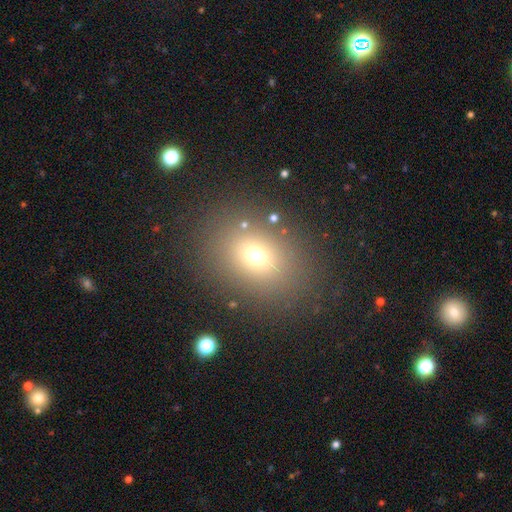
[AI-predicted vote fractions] A smooth galaxy with no disk features (69%) that is in between round and cigar-shaped (59%). Merging: none (83%).